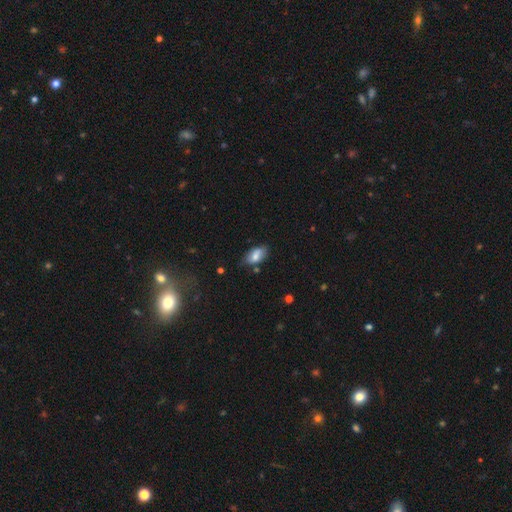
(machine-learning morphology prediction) smooth-or-featured: smooth: 75% | featured or disk: 17% | star or artifact: 8%
  how-rounded: in between: 92% | round: 4% | cigar-shaped: 4%
  merging: none: 66% | minor disturbance: 25% | major disturbance: 5% | merger: 4%